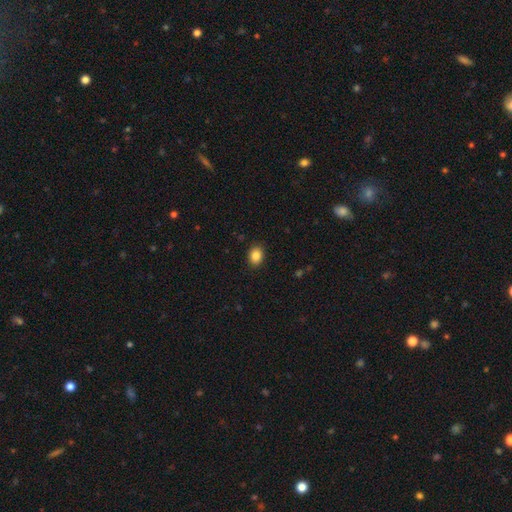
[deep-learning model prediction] This is clearly a smooth galaxy (86%). How rounded: possibly in between (57%). Merging: clearly none (89%).